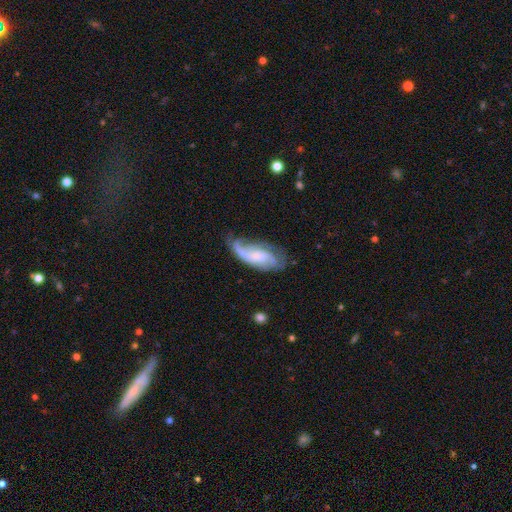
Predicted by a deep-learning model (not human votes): A featured or disk galaxy (74%) with no bar (61%), 2 (49%) medium (42%) spiral arms (92%) and a small central bulge (57%). Merging: none (52%).